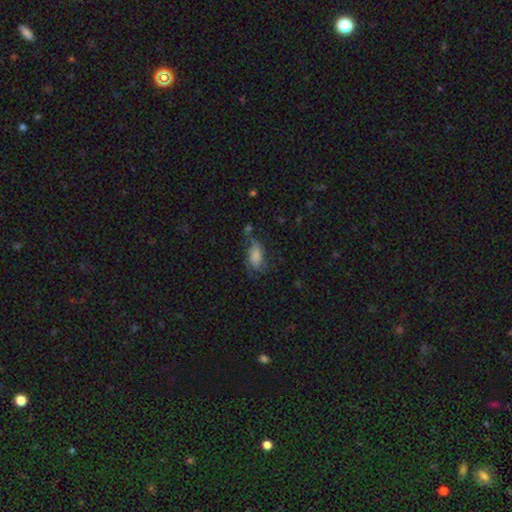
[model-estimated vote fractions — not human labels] Smooth or featured: smooth — 71% (featured or disk — 19%)
How rounded: in between — 90% (cigar-shaped — 5%)
Merging: none — 37% (minor disturbance — 29%)